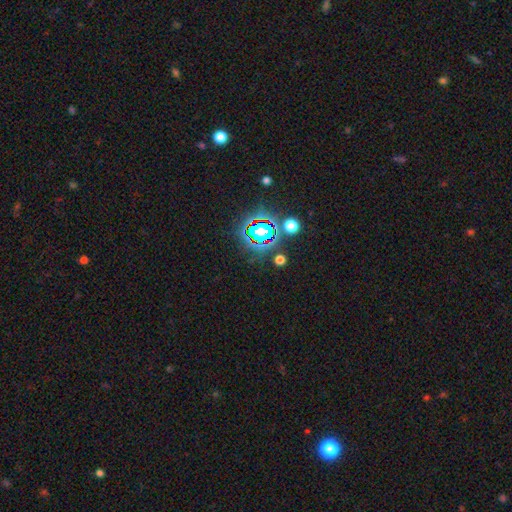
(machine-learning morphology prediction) A star or artifact, not a galaxy (83%).

Vote fractions:
- Smooth or featured? star or artifact: 83% / smooth: 10% / featured or disk: 7%